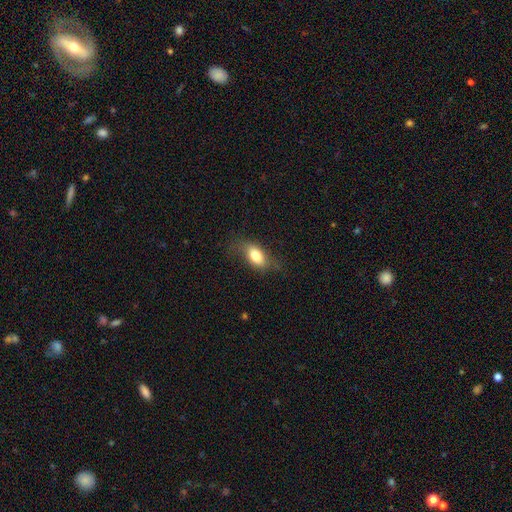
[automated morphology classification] smooth 74%, featured or disk 18%, star or artifact 8%. Down the decision tree: how rounded — in between (84%); merging — none (67%).